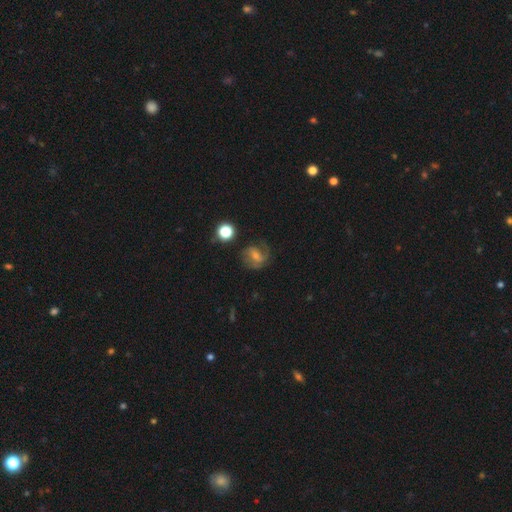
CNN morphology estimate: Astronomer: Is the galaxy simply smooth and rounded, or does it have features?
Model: featured or disk — 62%.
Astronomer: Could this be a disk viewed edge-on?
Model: no — 97%.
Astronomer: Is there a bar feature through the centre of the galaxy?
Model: weak — 49% (runner-up: no, 29%).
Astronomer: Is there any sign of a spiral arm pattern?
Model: yes — 88%.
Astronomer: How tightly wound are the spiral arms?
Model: medium — 47% (runner-up: tight, 31%).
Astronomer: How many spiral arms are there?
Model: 2 — 55%.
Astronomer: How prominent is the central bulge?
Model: small — 46% (runner-up: moderate, 42%).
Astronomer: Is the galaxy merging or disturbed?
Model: none — 67%.